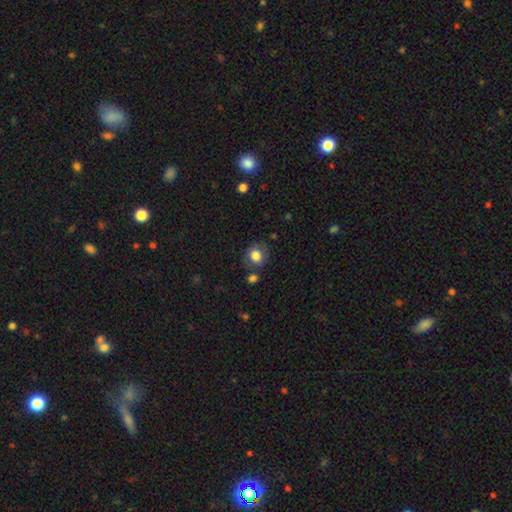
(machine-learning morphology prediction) The model was most divided on "how rounded": round: 69%, in between: 30%, cigar-shaped: 1%. More confident: smooth or featured — smooth (80%); merging — none (73%).